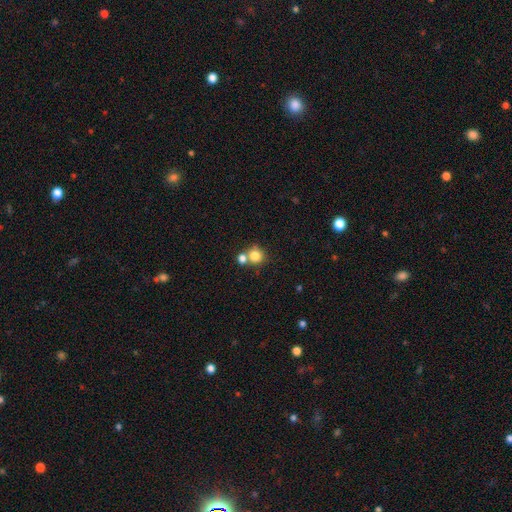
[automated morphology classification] smooth-or-featured: smooth: 80% | star or artifact: 11% | featured or disk: 8%
  how-rounded: round: 86% | in between: 13% | cigar-shaped: 1%
  merging: none: 52% | merger: 38% | minor disturbance: 8% | major disturbance: 3%